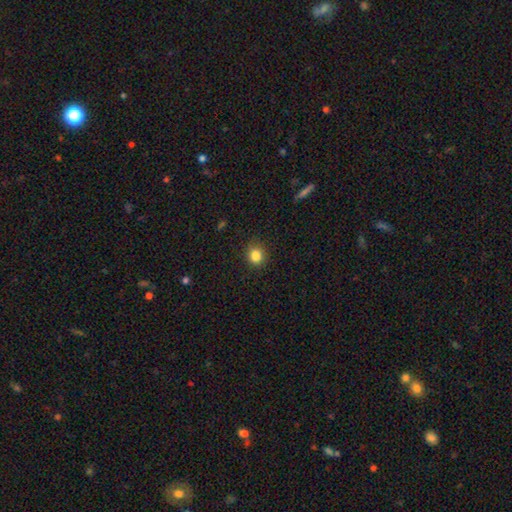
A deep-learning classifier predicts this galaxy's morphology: Smooth or featured? smooth (85%)
How rounded? round (74%)
Merging? none (84%)